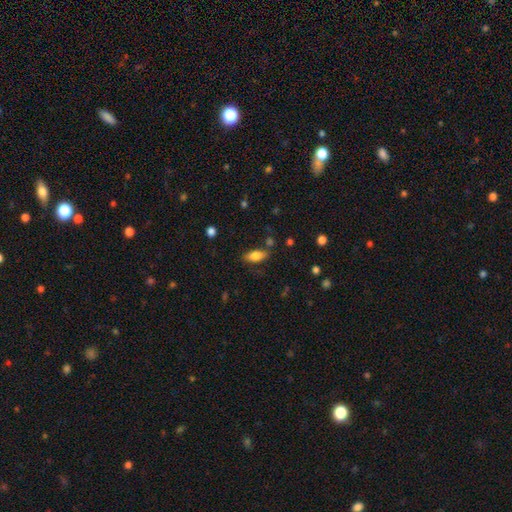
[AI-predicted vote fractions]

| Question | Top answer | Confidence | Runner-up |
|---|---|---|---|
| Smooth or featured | smooth | 79% | featured or disk (14%) |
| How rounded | in between | 84% | cigar-shaped (13%) |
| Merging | none | 78% | minor disturbance (14%) |